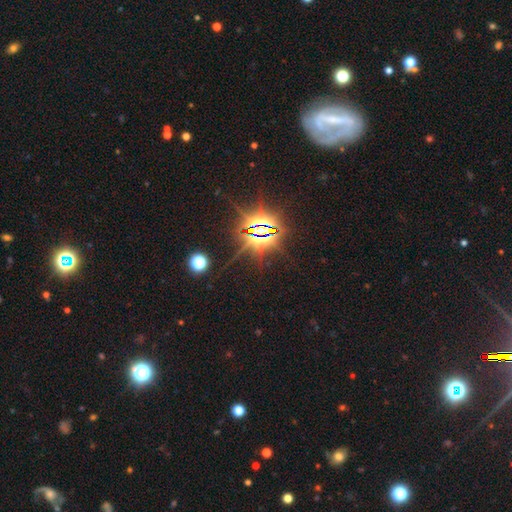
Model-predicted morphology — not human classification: Overall: star or artifact (75%).